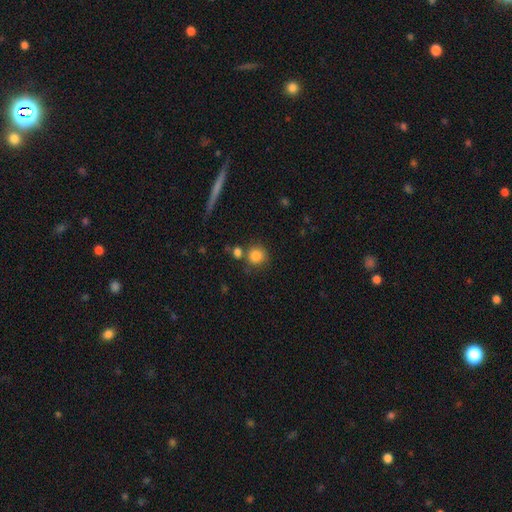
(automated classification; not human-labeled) Morphology: type=smooth (84%); roundness=round (87%); merging=none (69%).